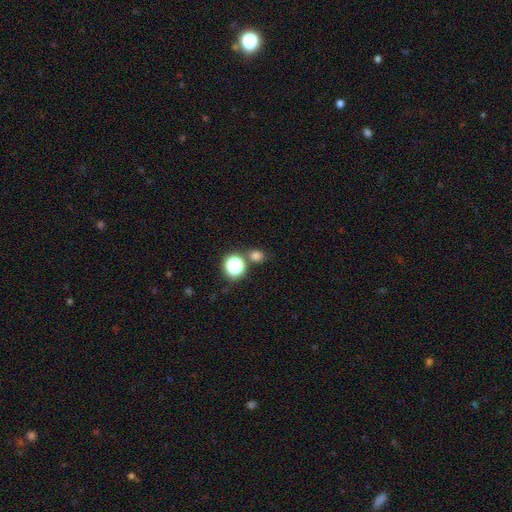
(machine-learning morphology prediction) Smooth or featured?
  - smooth: 72% *
  - star or artifact: 22%
  - featured or disk: 5%
How rounded?
  - round: 70% *
  - in between: 29%
  - cigar-shaped: 1%
Merging?
  - none: 73% *
  - merger: 13%
  - minor disturbance: 10%
  - major disturbance: 4%